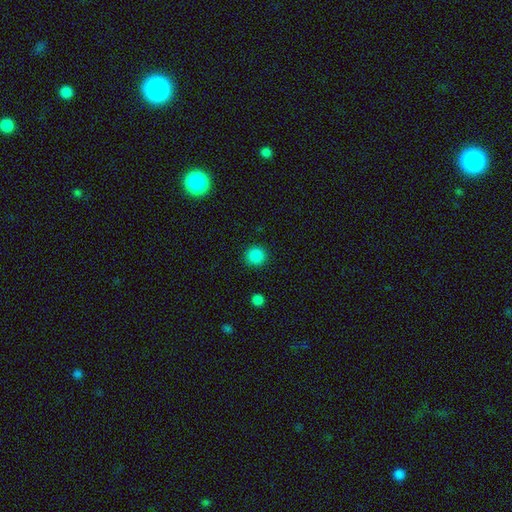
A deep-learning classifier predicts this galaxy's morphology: This is clearly a smooth galaxy (87%). How rounded: clearly round (93%). Merging: clearly none (91%).